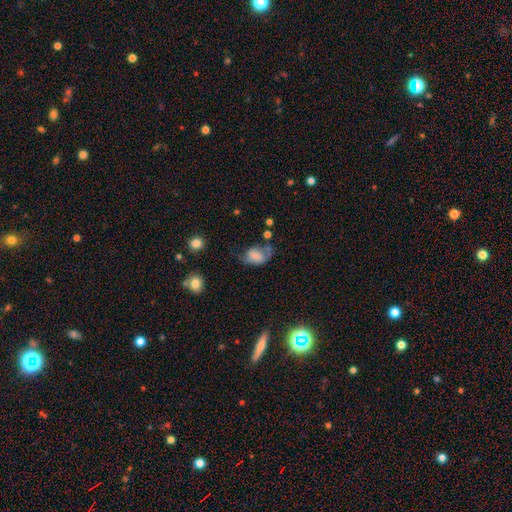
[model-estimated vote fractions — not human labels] Morphology: type=smooth (62%); roundness=in between (79%); merging=major disturbance (33%).